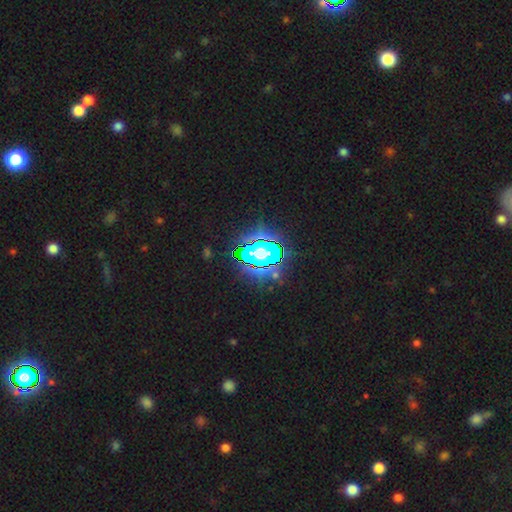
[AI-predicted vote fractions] Overall: star or artifact (81%).